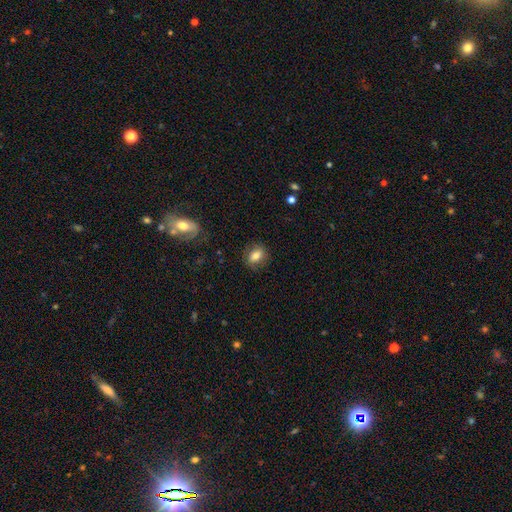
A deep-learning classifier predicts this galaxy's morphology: smooth 78%, featured or disk 13%, star or artifact 9%. Down the decision tree: how rounded — in between (62%); merging — none (84%).